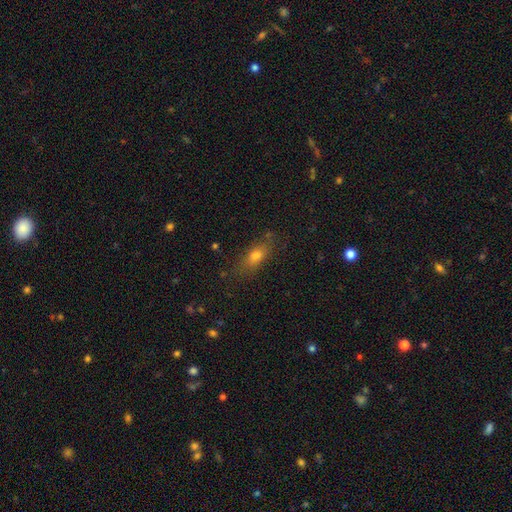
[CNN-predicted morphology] smooth-or-featured: smooth: 71% | featured or disk: 17% | star or artifact: 12%
  how-rounded: in between: 65% | cigar-shaped: 28% | round: 7%
  merging: none: 74% | minor disturbance: 17% | major disturbance: 6% | merger: 3%